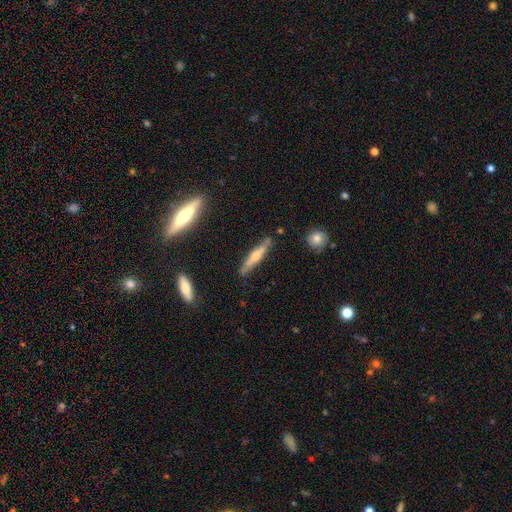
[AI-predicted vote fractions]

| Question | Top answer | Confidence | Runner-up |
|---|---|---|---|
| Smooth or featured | featured or disk | 47% | smooth (46%) |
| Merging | none | 80% | minor disturbance (14%) |